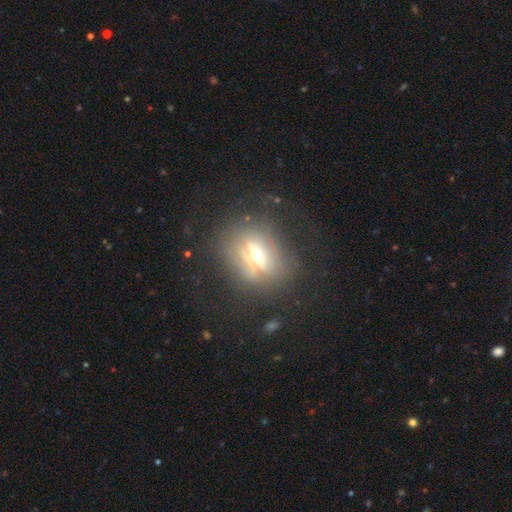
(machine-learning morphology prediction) This is possibly a featured or disk galaxy (56%). It is likely viewed edge-on (65%). Merging: likely none (71%).